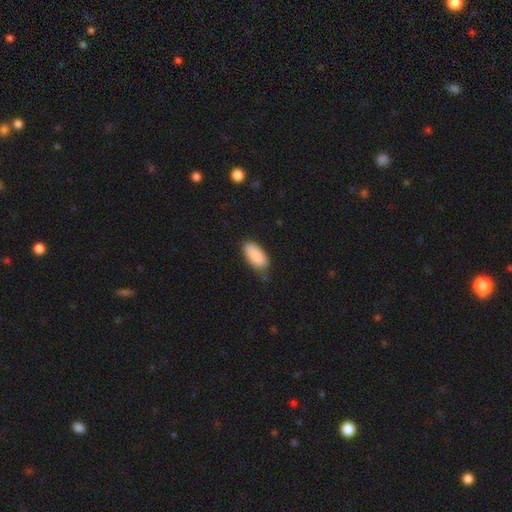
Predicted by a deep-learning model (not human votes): smooth 88%, star or artifact 6%, featured or disk 5%. Down the decision tree: how rounded — in between (91%); merging — none (62%).